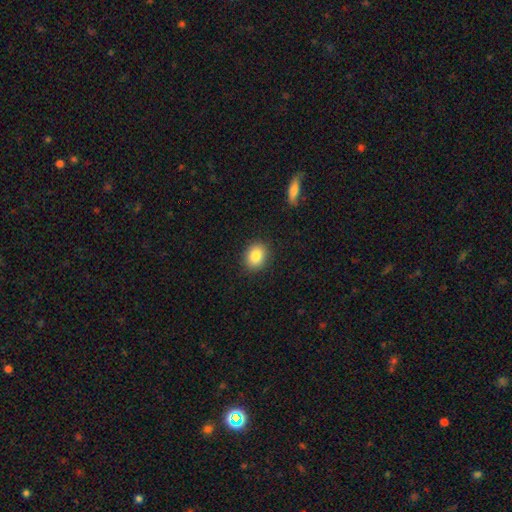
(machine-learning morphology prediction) Smooth or featured: smooth — 85% (star or artifact — 9%)
How rounded: round — 54% (in between — 45%)
Merging: none — 89% (minor disturbance — 8%)